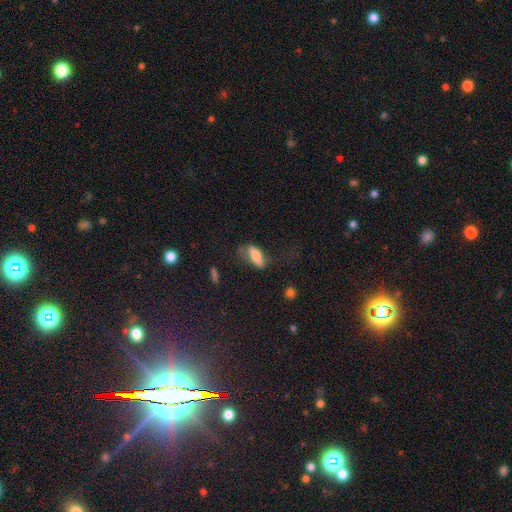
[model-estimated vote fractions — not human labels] Overall: smooth (68%). How rounded: in between (63%; cigar-shaped 34%). Merging: none (38%; major disturbance 30%).